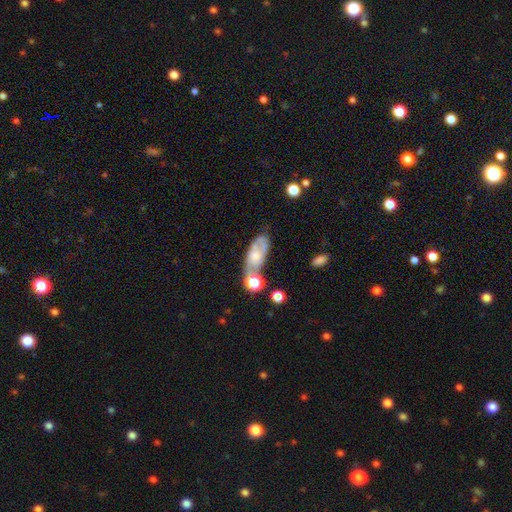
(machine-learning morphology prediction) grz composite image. It shows a featured or disk galaxy (52%). Merging: none (43%).